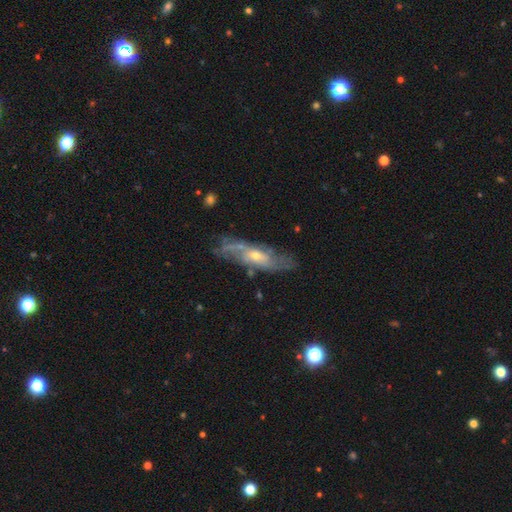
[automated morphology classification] featured or disk 75%, smooth 18%, star or artifact 7%. Down the decision tree: edge-on disk — no (75%); bar — no (66%); spiral arms — yes (78%); bulge size — small (56%); merging — none (66%).